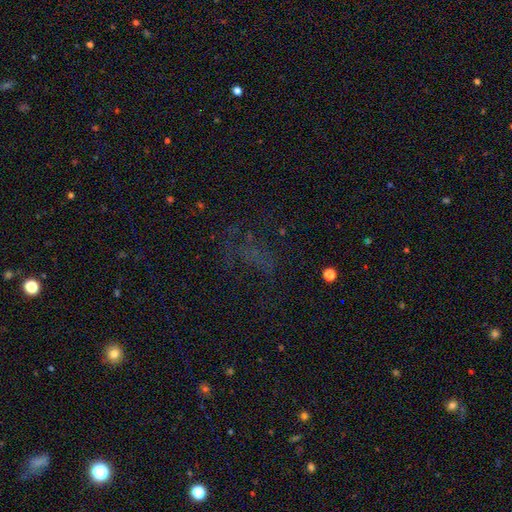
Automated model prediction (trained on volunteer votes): Smooth or featured: star or artifact — 49% (smooth — 31%)